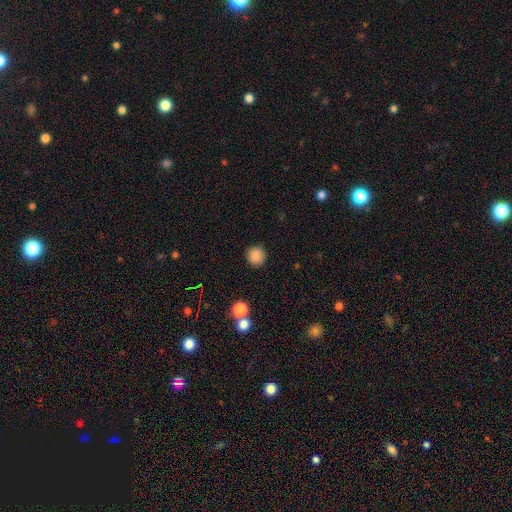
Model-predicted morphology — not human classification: Smooth or featured? Predicted: smooth (p=0.85). How rounded? Predicted: round (p=0.93). Merging? Predicted: none (p=0.90).